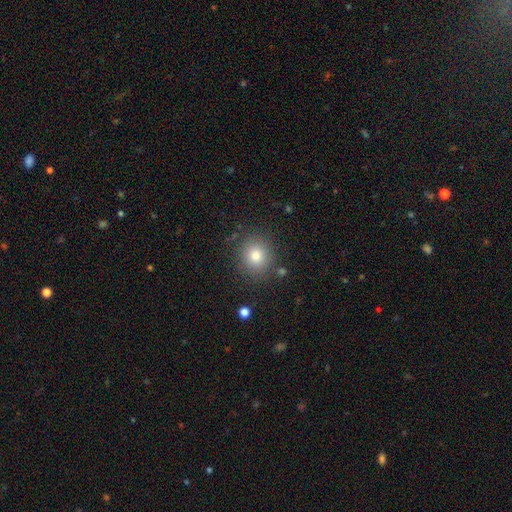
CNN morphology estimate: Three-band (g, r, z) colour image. It shows a smooth galaxy with no disk features (80%) that is round (88%). Merging: none (85%).